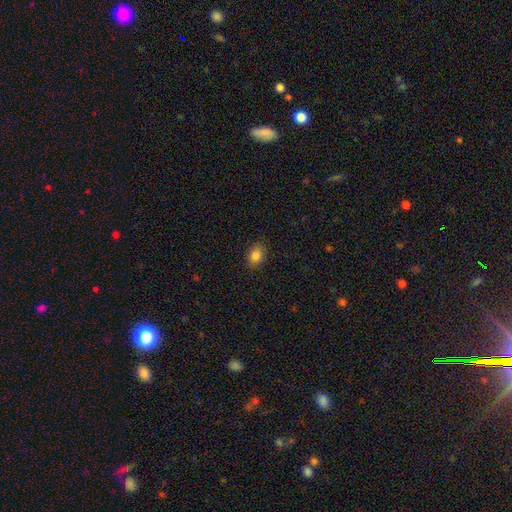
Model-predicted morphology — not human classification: This appears to be a smooth galaxy with no disk features (85%) that is in between round and cigar-shaped (54%). Merging: none (87%).